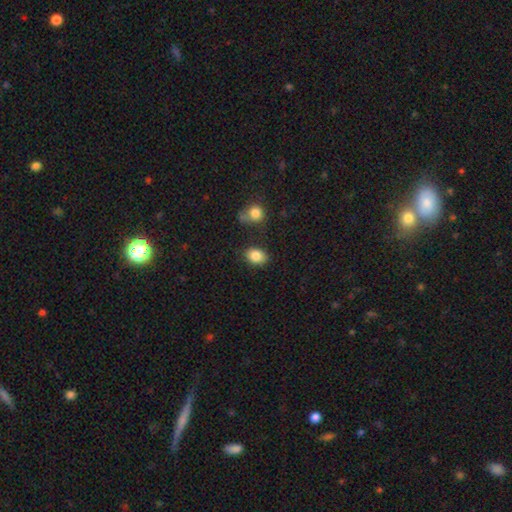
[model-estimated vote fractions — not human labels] Smooth or featured? Predicted: smooth (p=0.85). How rounded? Predicted: in between (p=0.72). Merging? Predicted: none (p=0.78).